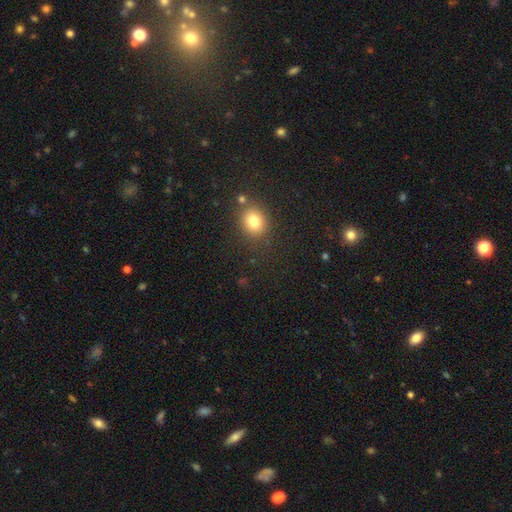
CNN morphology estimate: smooth_or_featured: smooth (p=0.60) [alt: star or artifact p=0.33]
how_rounded: round (p=0.76) [alt: in between p=0.22]
merging: none (p=0.86) [alt: minor disturbance p=0.08]